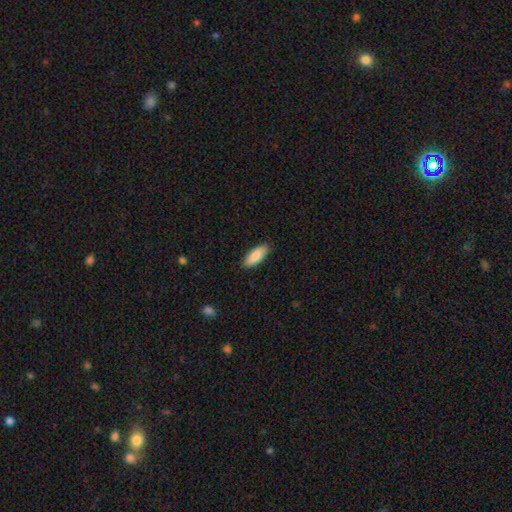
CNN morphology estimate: This appears to be a smooth galaxy with no disk features (87%) that is in between round and cigar-shaped (73%). Merging: none (88%).